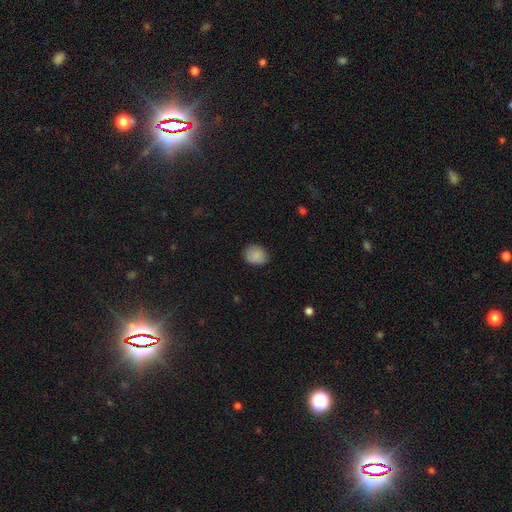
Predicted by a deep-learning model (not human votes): Smooth or featured: smooth — 87% (star or artifact — 8%)
How rounded: round — 69% (in between — 30%)
Merging: none — 85% (minor disturbance — 11%)